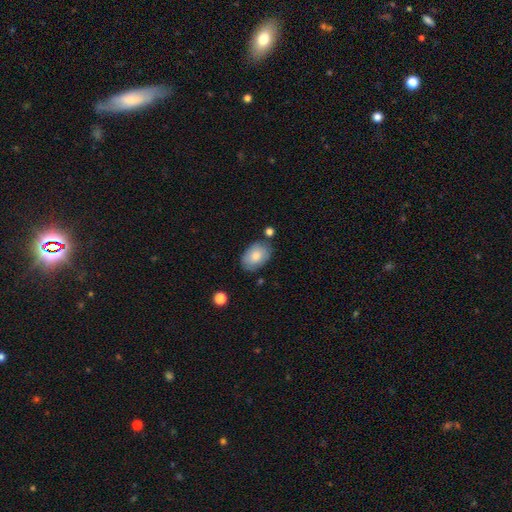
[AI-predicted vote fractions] Smooth or featured? Predicted: smooth (p=0.79). How rounded? Predicted: in between (p=0.88). Merging? Predicted: none (p=0.76).